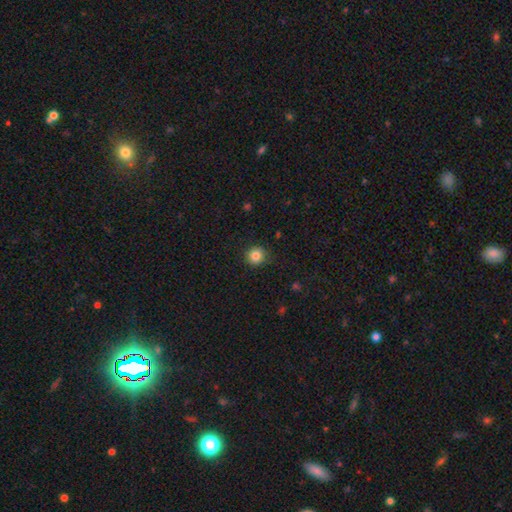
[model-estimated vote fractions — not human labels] Q: Smooth or featured?
A: smooth (84%); runner-up: star or artifact (11%)
Q: How rounded?
A: round (91%); runner-up: in between (8%)
Q: Merging?
A: none (87%); runner-up: minor disturbance (9%)